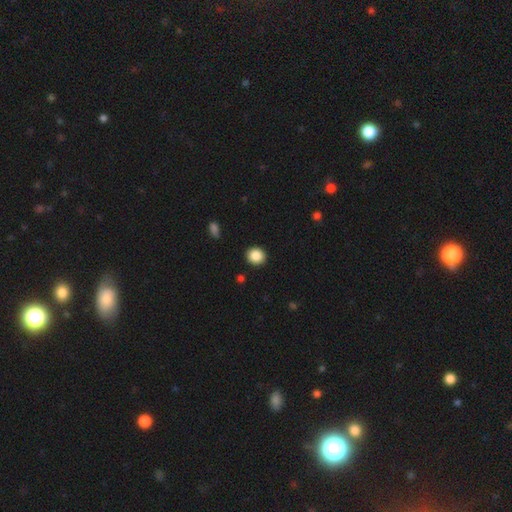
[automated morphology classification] A smooth galaxy with no disk features (87%) that is round (85%).

Vote fractions:
- Smooth or featured? smooth: 87% / star or artifact: 9% / featured or disk: 4%
- How rounded? round: 85% / in between: 14% / cigar-shaped: 1%
- Merging? none: 91% / minor disturbance: 6% / major disturbance: 2% / merger: 1%